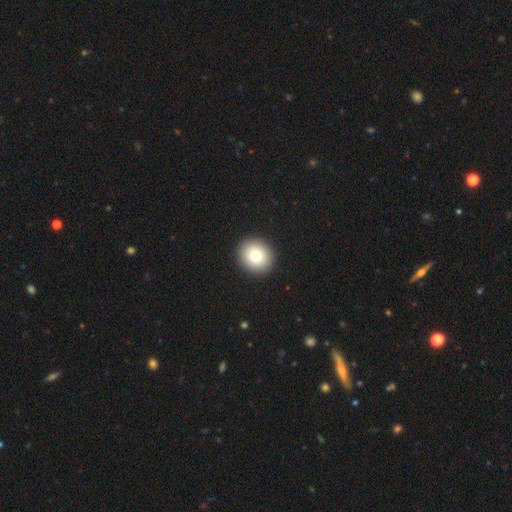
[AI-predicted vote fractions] Smooth or featured: smooth — 81% (featured or disk — 10%)
How rounded: round — 83% (in between — 16%)
Merging: none — 93% (minor disturbance — 5%)